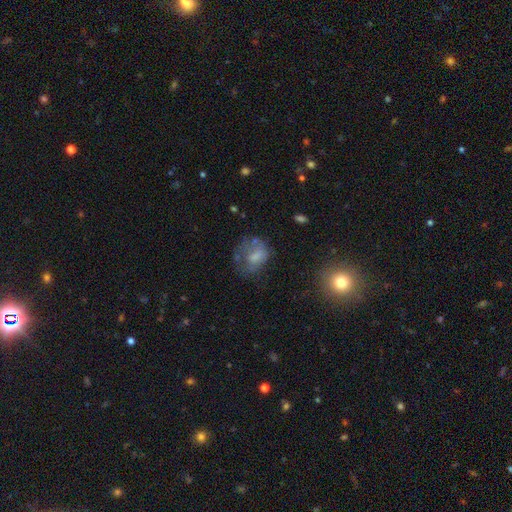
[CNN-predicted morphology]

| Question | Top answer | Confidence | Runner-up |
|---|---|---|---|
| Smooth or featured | smooth | 57% | featured or disk (29%) |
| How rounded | in between | 52% | round (47%) |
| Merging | none | 38% | major disturbance (32%) |